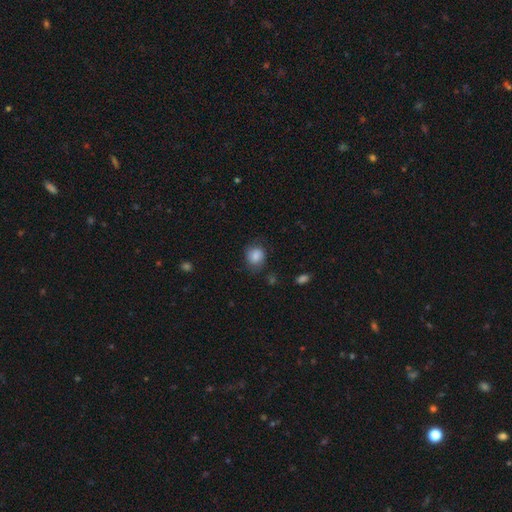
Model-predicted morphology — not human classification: Smooth or featured? smooth (82%)
How rounded? round (63%)
Merging? none (67%)